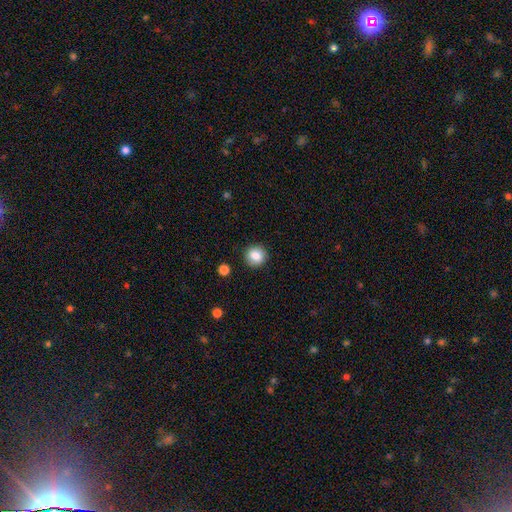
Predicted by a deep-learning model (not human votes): smooth 84%, star or artifact 9%, featured or disk 6%. Down the decision tree: how rounded — round (92%); merging — none (91%).